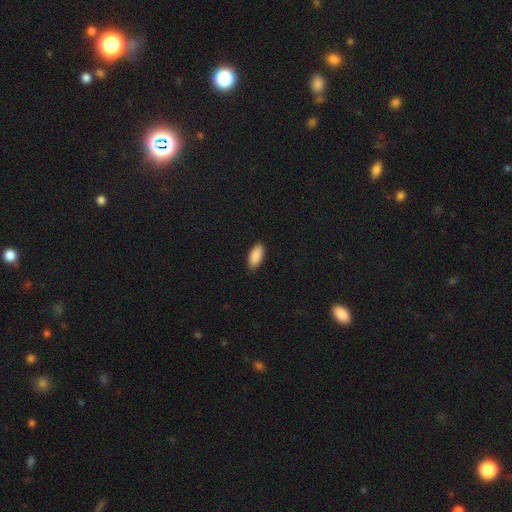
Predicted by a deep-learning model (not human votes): smooth-or-featured: smooth: 91% | star or artifact: 6% | featured or disk: 4%
  how-rounded: in between: 90% | cigar-shaped: 8% | round: 2%
  merging: none: 88% | minor disturbance: 9% | major disturbance: 2% | merger: 1%